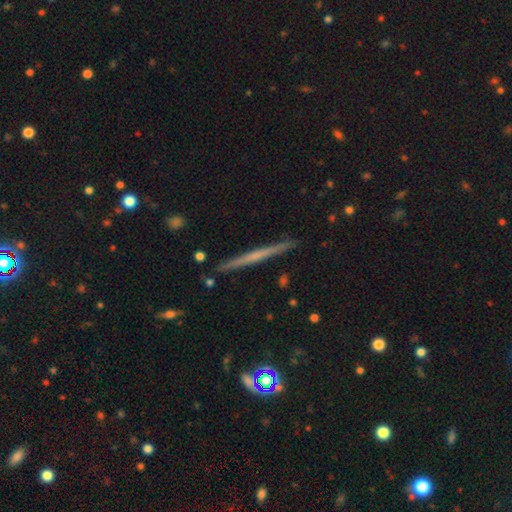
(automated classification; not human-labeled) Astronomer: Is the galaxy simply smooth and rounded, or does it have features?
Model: featured or disk — 58% (runner-up: smooth, 35%).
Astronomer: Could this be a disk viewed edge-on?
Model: yes — 98%.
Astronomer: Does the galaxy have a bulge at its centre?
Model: none — 77%.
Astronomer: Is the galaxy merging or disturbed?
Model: none — 91%.